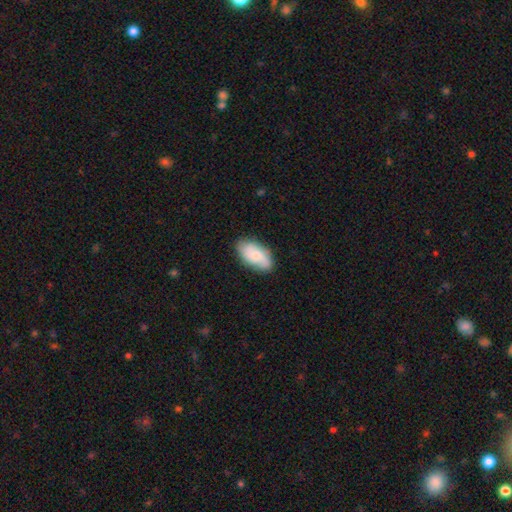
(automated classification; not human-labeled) Smooth or featured?
  - smooth: 60% *
  - featured or disk: 34%
  - star or artifact: 7%
How rounded?
  - in between: 93% *
  - round: 4%
  - cigar-shaped: 3%
Merging?
  - none: 79% *
  - minor disturbance: 16%
  - major disturbance: 4%
  - merger: 1%